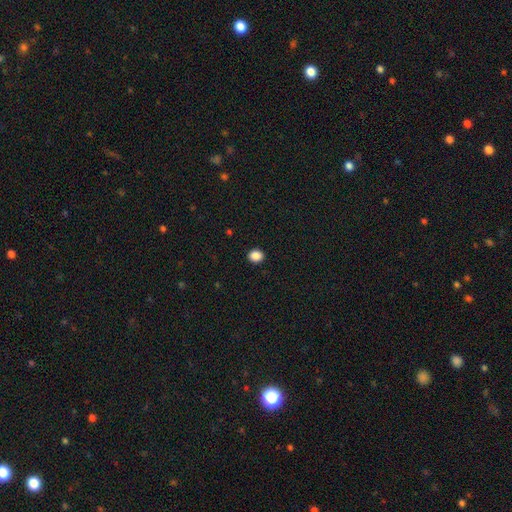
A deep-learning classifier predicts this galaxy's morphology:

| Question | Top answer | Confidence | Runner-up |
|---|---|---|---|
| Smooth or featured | smooth | 88% | star or artifact (10%) |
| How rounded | round | 74% | in between (25%) |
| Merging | none | 92% | minor disturbance (5%) |